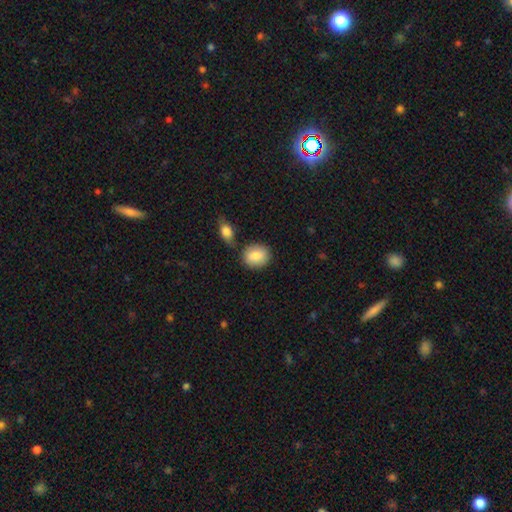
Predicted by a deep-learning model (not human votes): Smooth or featured?
  - smooth: 87% *
  - featured or disk: 7%
  - star or artifact: 6%
How rounded?
  - round: 50% *
  - in between: 48%
  - cigar-shaped: 1%
Merging?
  - none: 72% *
  - minor disturbance: 13%
  - merger: 12%
  - major disturbance: 3%